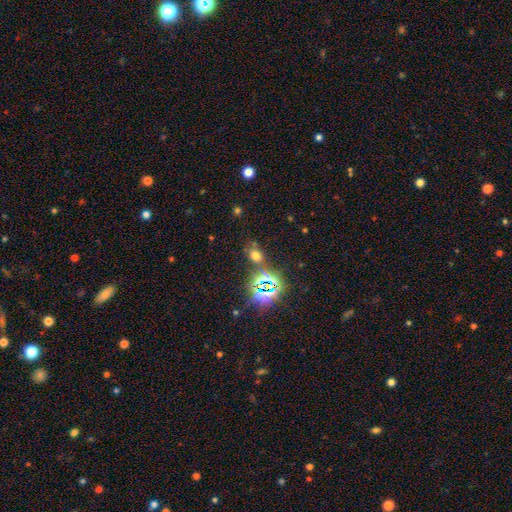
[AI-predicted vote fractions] smooth 49%, star or artifact 42%, featured or disk 8%. Down the decision tree: merging — none (73%).